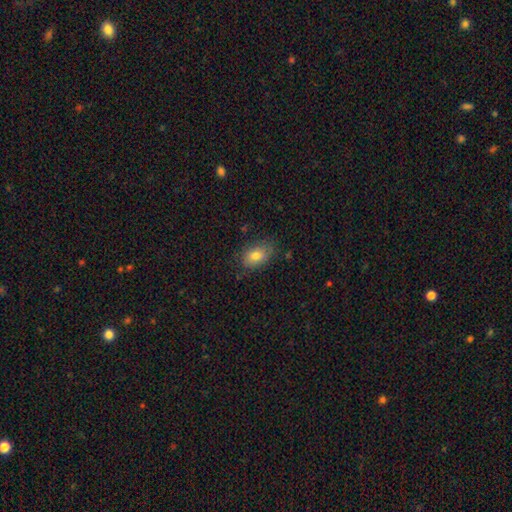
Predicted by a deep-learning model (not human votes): Smooth or featured?
  - smooth: 79% *
  - featured or disk: 13%
  - star or artifact: 9%
How rounded?
  - in between: 84% *
  - round: 14%
  - cigar-shaped: 2%
Merging?
  - none: 74% *
  - minor disturbance: 19%
  - major disturbance: 5%
  - merger: 1%